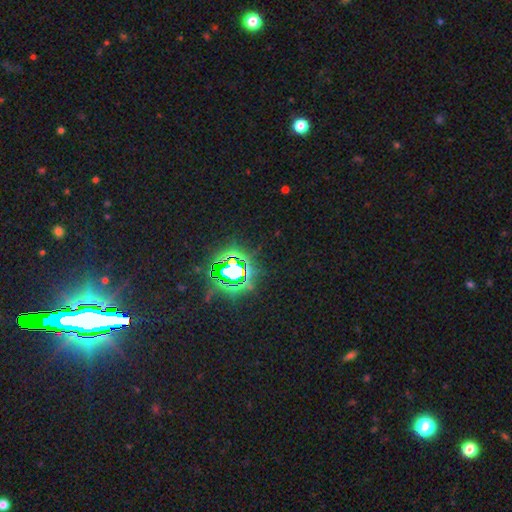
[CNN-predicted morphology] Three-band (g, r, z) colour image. It shows a star or artifact, not a galaxy (82%).